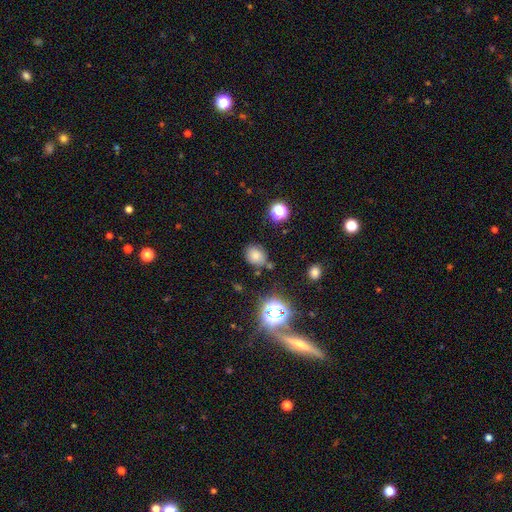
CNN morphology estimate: Smooth or featured: smooth — 73% (star or artifact — 18%)
How rounded: round — 55% (in between — 44%)
Merging: none — 73% (minor disturbance — 17%)